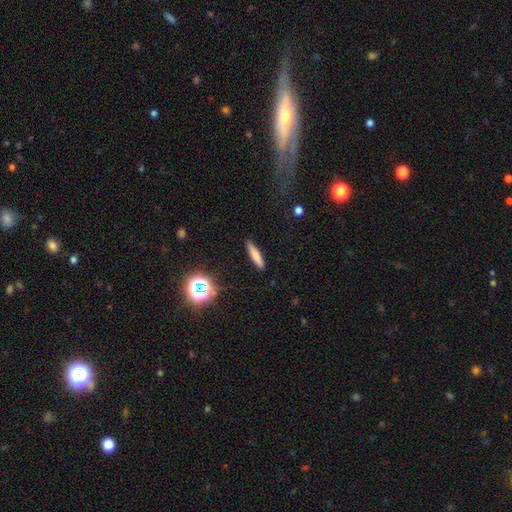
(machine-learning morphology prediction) Smooth or featured? Predicted: smooth (p=0.74). How rounded? Predicted: cigar-shaped (p=0.88). Merging? Predicted: none (p=0.88).